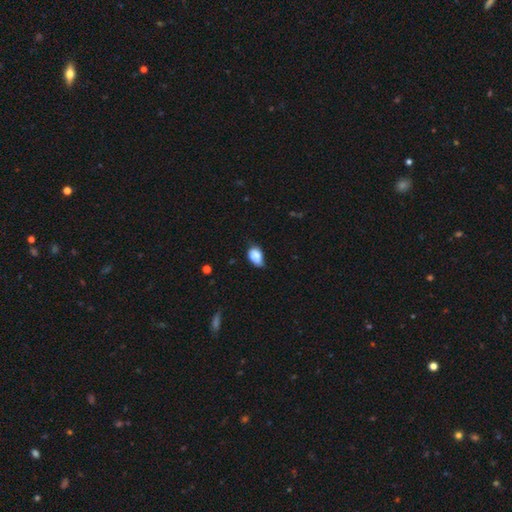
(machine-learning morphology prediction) smooth-or-featured: smooth: 83% | featured or disk: 9% | star or artifact: 8%
  how-rounded: in between: 87% | round: 11% | cigar-shaped: 2%
  merging: minor disturbance: 46% | none: 42% | major disturbance: 9% | merger: 3%